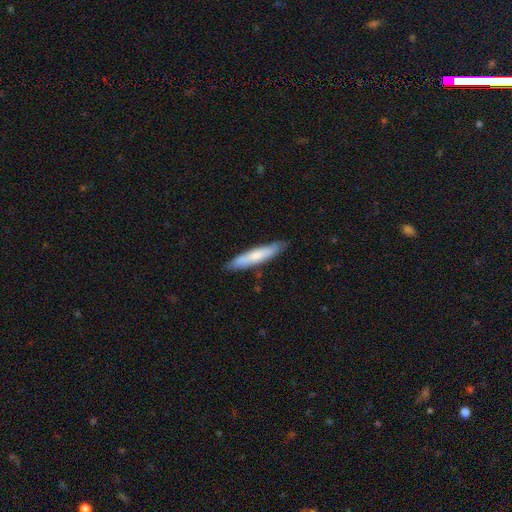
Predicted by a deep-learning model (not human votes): Q: Smooth or featured?
A: smooth (66%); runner-up: featured or disk (29%)
Q: How rounded?
A: cigar-shaped (89%); runner-up: in between (10%)
Q: Merging?
A: none (85%); runner-up: minor disturbance (12%)